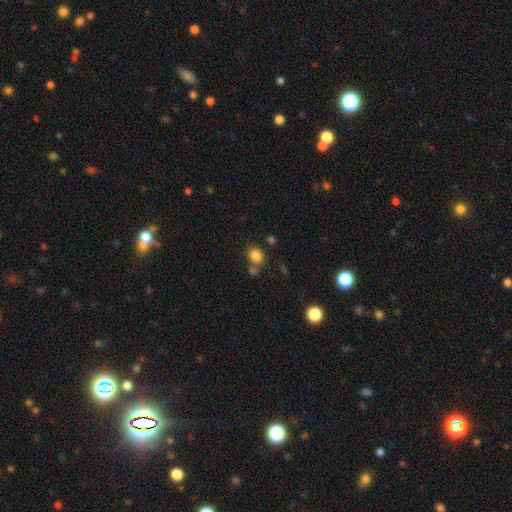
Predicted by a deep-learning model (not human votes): Overall: smooth (84%). How rounded: round (67%; in between 32%). Merging: none (67%).